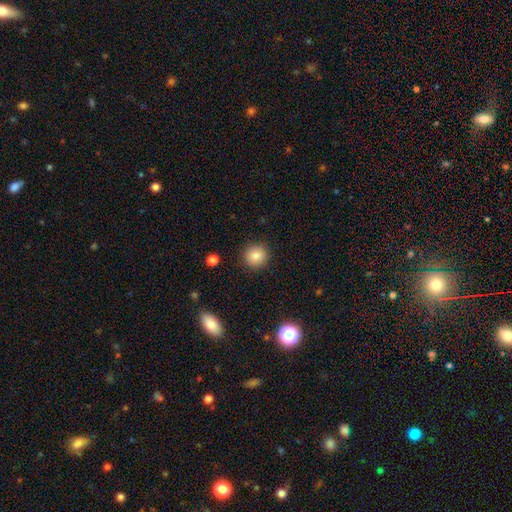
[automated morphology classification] The model was most divided on "smooth or featured": smooth: 85%, star or artifact: 10%, featured or disk: 5%. More confident: how rounded — round (92%); merging — none (90%).